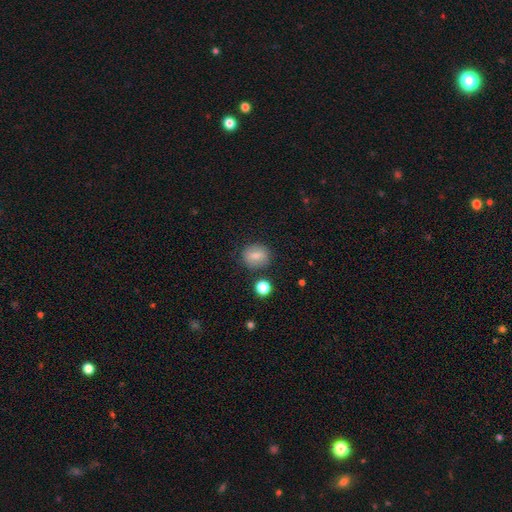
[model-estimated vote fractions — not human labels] This is likely a smooth galaxy (76%). How rounded: likely round (76%). Merging: clearly none (81%).